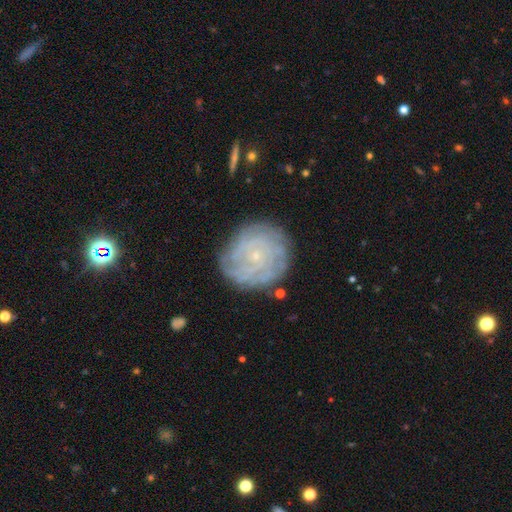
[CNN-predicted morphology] Smooth or featured?
  - featured or disk: 72% *
  - smooth: 19%
  - star or artifact: 10%
Edge-on disk?
  - no: 97% *
  - yes: 3%
Bar?
  - no: 82% *
  - weak: 15%
  - strong: 3%
Spiral arms?
  - yes: 89% *
  - no: 11%
Spiral winding?
  - tight: 80% *
  - medium: 15%
  - loose: 5%
Spiral arm count?
  - can't tell: 45% *
  - 4: 15%
  - 3: 12%
  - more than 4: 11%
  - 2: 10%
  - 1: 7%
Bulge size?
  - small: 87% *
  - moderate: 8%
  - none: 3%
  - large: 1%
  - dominant: 1%
Merging?
  - none: 80% *
  - minor disturbance: 14%
  - major disturbance: 4%
  - merger: 1%